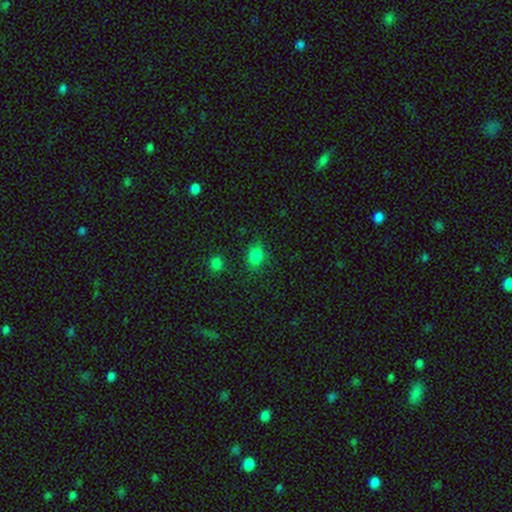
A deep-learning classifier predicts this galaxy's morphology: A smooth galaxy with no disk features (82%) that is in between round and cigar-shaped (62%).

Vote fractions:
- Smooth or featured? smooth: 82% / star or artifact: 14% / featured or disk: 5%
- How rounded? in between: 62% / round: 36% / cigar-shaped: 1%
- Merging? none: 75% / minor disturbance: 16% / major disturbance: 5% / merger: 4%